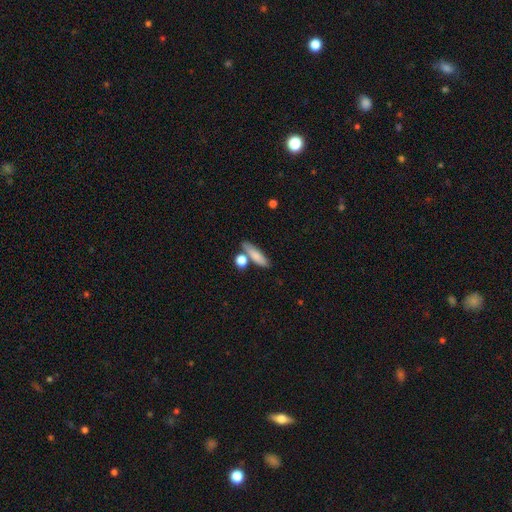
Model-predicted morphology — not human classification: Smooth or featured: smooth — 79% (featured or disk — 13%)
How rounded: cigar-shaped — 55% (in between — 36%)
Merging: none — 65% (merger — 17%)